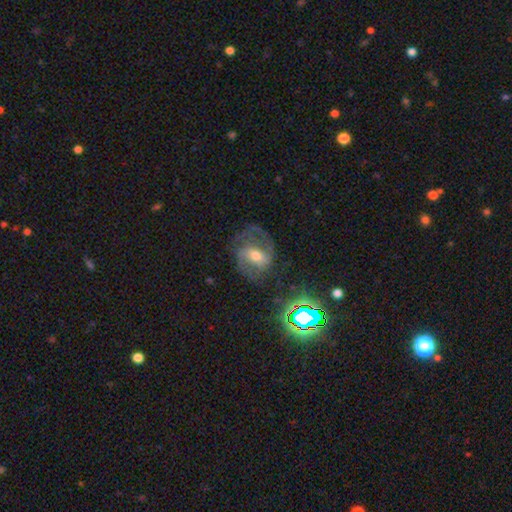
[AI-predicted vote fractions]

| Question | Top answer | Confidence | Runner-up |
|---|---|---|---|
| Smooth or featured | featured or disk | 74% | smooth (14%) |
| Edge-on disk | no | 97% | yes (3%) |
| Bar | weak | 43% | no (31%) |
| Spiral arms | yes | 92% | no (8%) |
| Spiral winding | medium | 54% | tight (26%) |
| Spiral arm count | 2 | 76% | can't tell (10%) |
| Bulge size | moderate | 60% | small (31%) |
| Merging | none | 64% | minor disturbance (18%) |